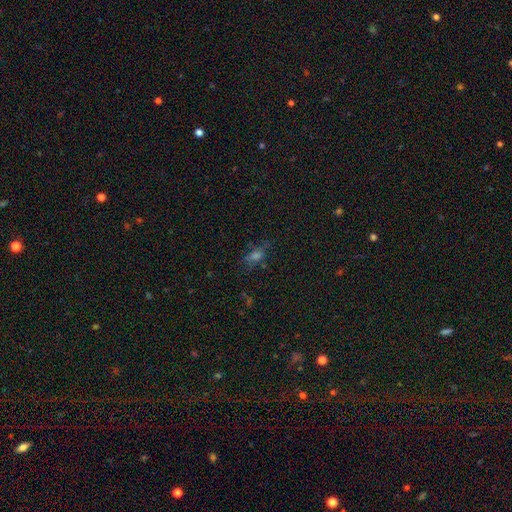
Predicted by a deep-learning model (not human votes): Smooth or featured? smooth (41%)
Merging? none (71%)